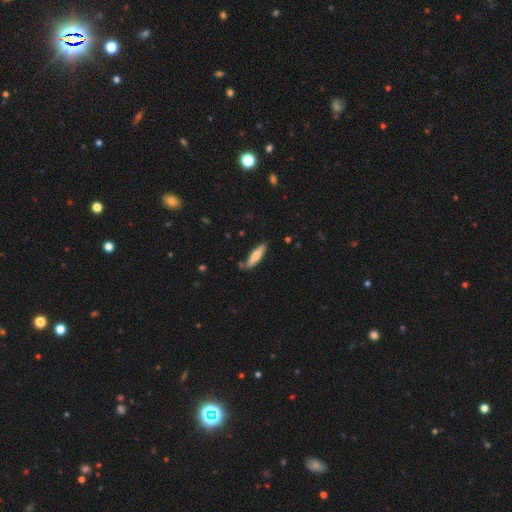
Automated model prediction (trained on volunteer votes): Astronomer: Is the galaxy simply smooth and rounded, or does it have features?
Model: smooth — 72%.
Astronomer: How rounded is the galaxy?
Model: cigar-shaped — 72%.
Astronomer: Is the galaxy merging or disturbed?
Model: none — 78%.